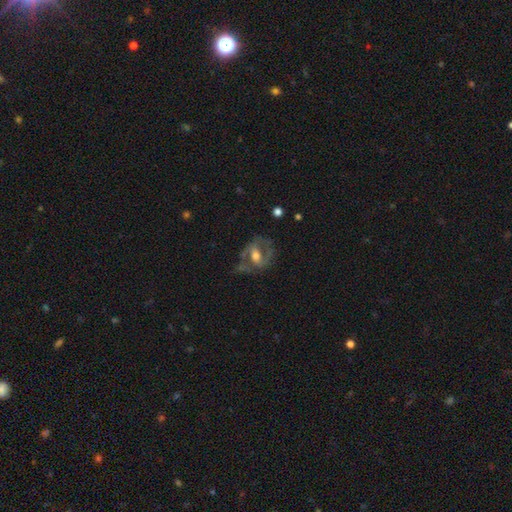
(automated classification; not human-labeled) Smooth or featured: featured or disk — 70% (smooth — 22%)
Edge-on disk: no — 95% (yes — 5%)
Bar: weak — 41% (no — 37%)
Spiral arms: yes — 65% (no — 35%)
Bulge size: moderate — 67% (small — 19%)
Merging: none — 52% (minor disturbance — 22%)